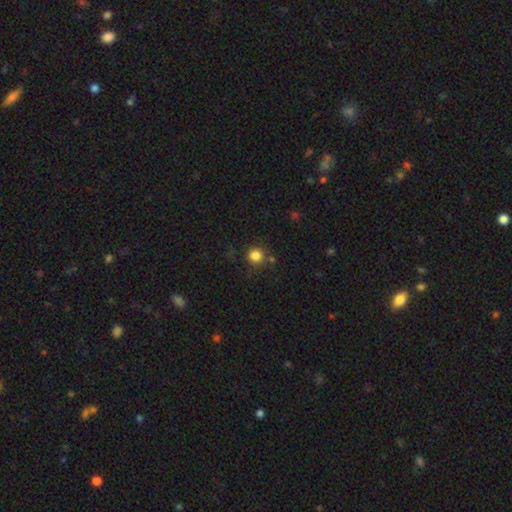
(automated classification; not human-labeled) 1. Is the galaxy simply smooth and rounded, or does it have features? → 84% smooth, 12% star or artifact, 4% featured or disk.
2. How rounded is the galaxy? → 93% round, 6% in between, 1% cigar-shaped.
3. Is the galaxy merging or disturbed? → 81% none, 10% minor disturbance, 6% merger, 3% major disturbance.